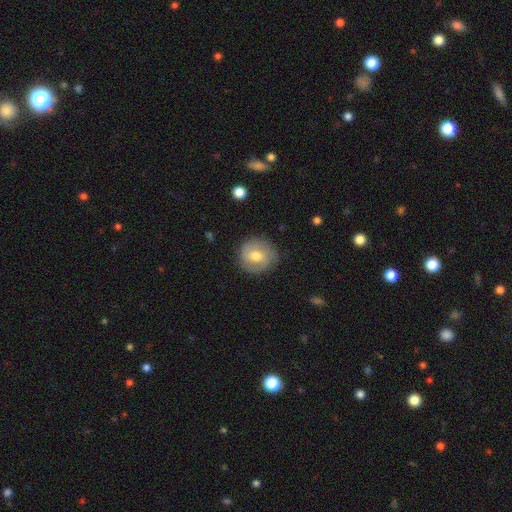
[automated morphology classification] Smooth or featured? Predicted: smooth (p=0.59). How rounded? Predicted: round (p=0.87). Merging? Predicted: none (p=0.81).